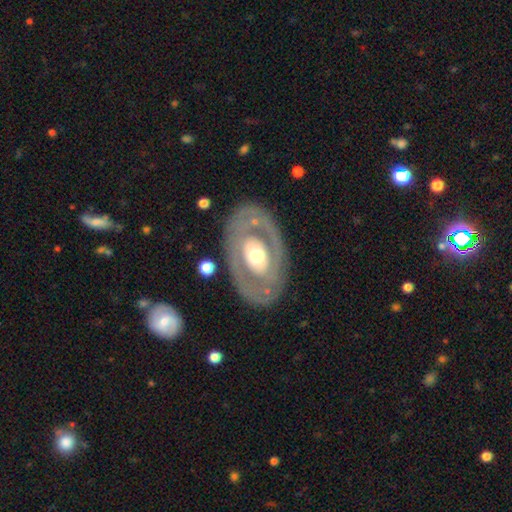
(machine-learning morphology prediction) Smooth or featured: featured or disk — 73% (smooth — 23%)
Edge-on disk: no — 92% (yes — 8%)
Bar: no — 74% (weak — 17%)
Spiral arms: no — 68% (yes — 32%)
Bulge size: moderate — 65% (large — 23%)
Merging: none — 79% (minor disturbance — 12%)